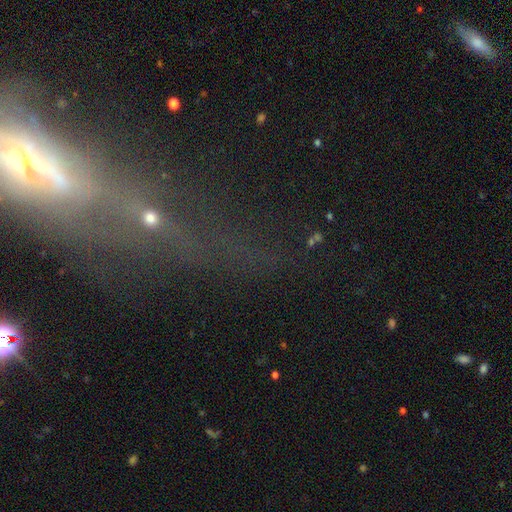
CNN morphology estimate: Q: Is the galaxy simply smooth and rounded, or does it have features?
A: star or artifact — 48%.